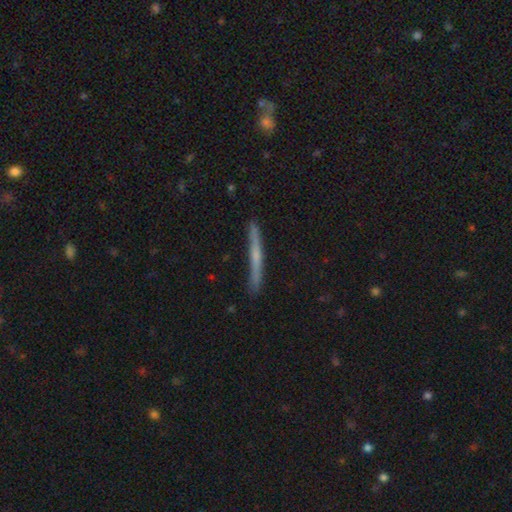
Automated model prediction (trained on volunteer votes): smooth_or_featured: featured or disk (p=0.53) [alt: smooth p=0.40]
disk_edge_on: yes (p=0.97) [alt: no p=0.03]
edge_on_bulge: none (p=0.52) [alt: rounded p=0.41]
merging: none (p=0.88) [alt: minor disturbance p=0.09]